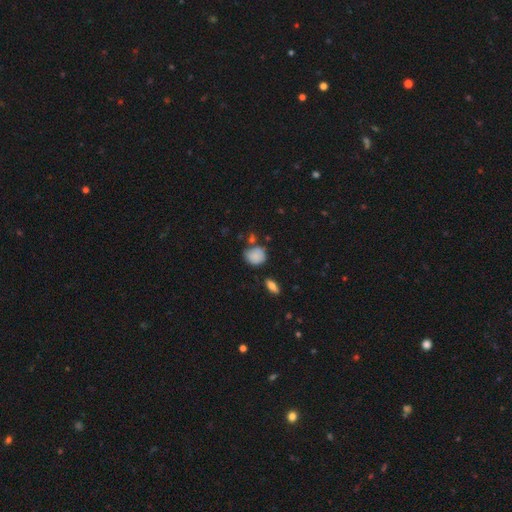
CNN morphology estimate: The model was most divided on "merging": none: 57%, minor disturbance: 27%, merger: 10%, major disturbance: 6%. More confident: smooth or featured — smooth (79%); how rounded — round (69%).